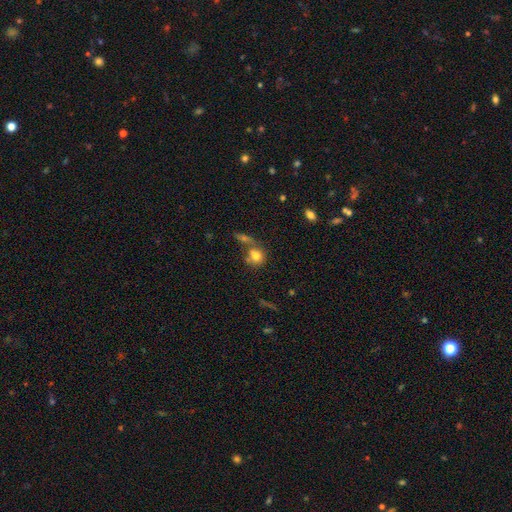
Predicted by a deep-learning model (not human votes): Smooth or featured?
  - smooth: 76% *
  - featured or disk: 13%
  - star or artifact: 11%
How rounded?
  - round: 74% *
  - in between: 24%
  - cigar-shaped: 2%
Merging?
  - none: 44% *
  - merger: 37%
  - minor disturbance: 12%
  - major disturbance: 8%